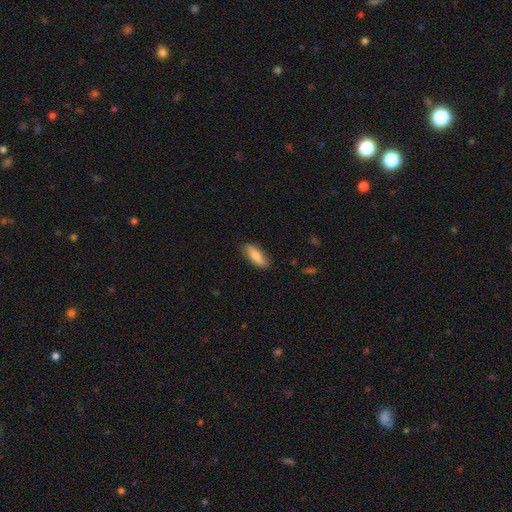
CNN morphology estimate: A smooth galaxy with no disk features (73%) that is in between round and cigar-shaped (66%). Merging: none (84%).